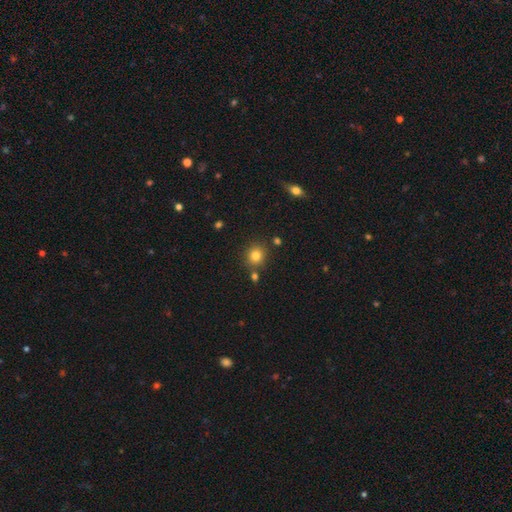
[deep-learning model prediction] Smooth or featured? Predicted: smooth (p=0.81). How rounded? Predicted: round (p=0.86). Merging? Predicted: none (p=0.81).